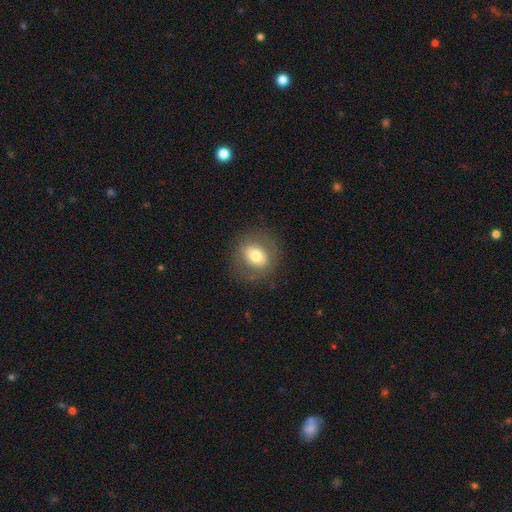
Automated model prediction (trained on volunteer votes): Smooth or featured?
  - smooth: 63% *
  - featured or disk: 28%
  - star or artifact: 9%
How rounded?
  - round: 67% *
  - in between: 31%
  - cigar-shaped: 1%
Merging?
  - none: 80% *
  - minor disturbance: 12%
  - major disturbance: 7%
  - merger: 1%